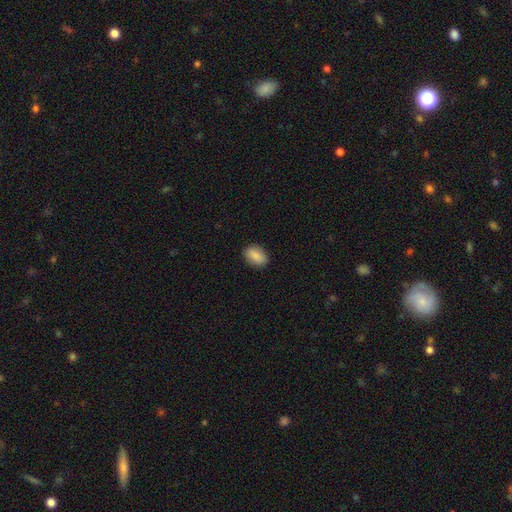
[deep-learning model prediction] smooth 86%, star or artifact 7%, featured or disk 6%. Down the decision tree: how rounded — in between (85%); merging — none (88%).